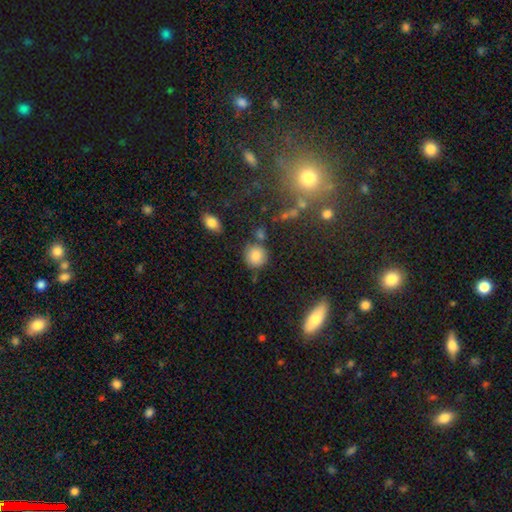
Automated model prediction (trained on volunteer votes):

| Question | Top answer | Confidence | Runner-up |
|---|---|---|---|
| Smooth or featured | smooth | 83% | star or artifact (10%) |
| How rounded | round | 89% | in between (10%) |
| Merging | none | 77% | minor disturbance (12%) |